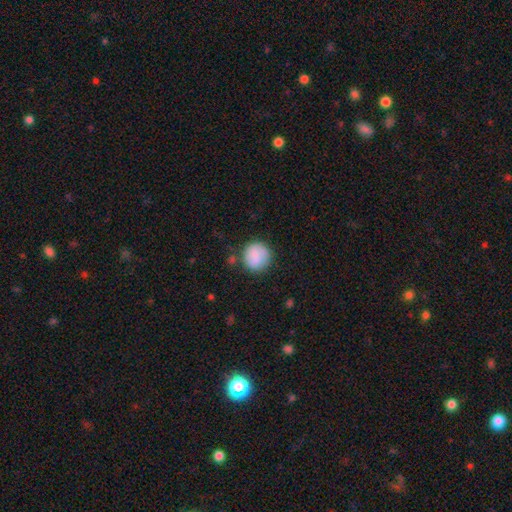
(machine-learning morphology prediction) smooth-or-featured: smooth: 82% | featured or disk: 11% | star or artifact: 7%
  how-rounded: round: 89% | in between: 10% | cigar-shaped: 1%
  merging: none: 73% | minor disturbance: 17% | major disturbance: 6% | merger: 4%